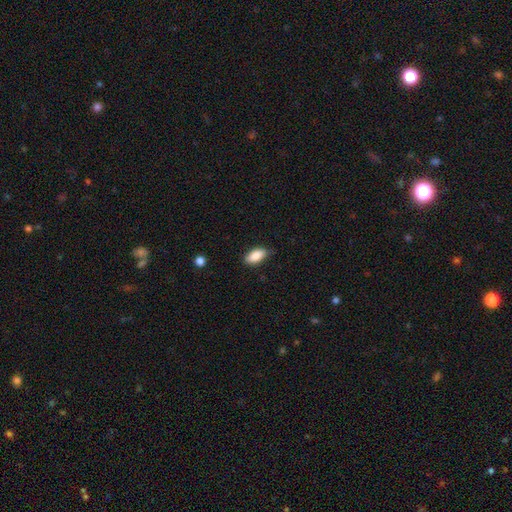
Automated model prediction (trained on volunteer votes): Smooth or featured?
  - smooth: 88% *
  - star or artifact: 7%
  - featured or disk: 6%
How rounded?
  - in between: 90% *
  - cigar-shaped: 7%
  - round: 3%
Merging?
  - none: 81% *
  - minor disturbance: 16%
  - major disturbance: 3%
  - merger: 1%